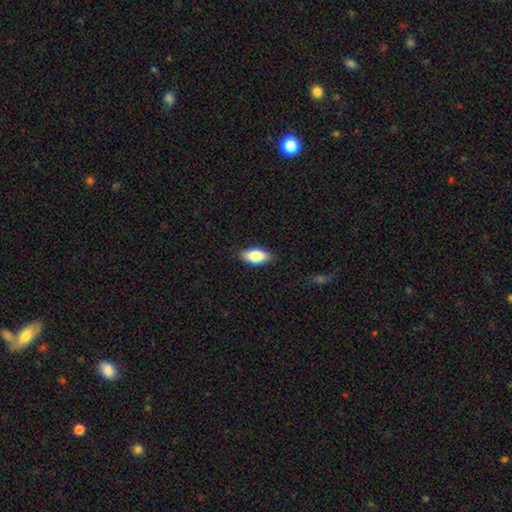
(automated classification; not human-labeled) A smooth galaxy with no disk features (80%) that is in between round and cigar-shaped (87%). Merging: none (86%).